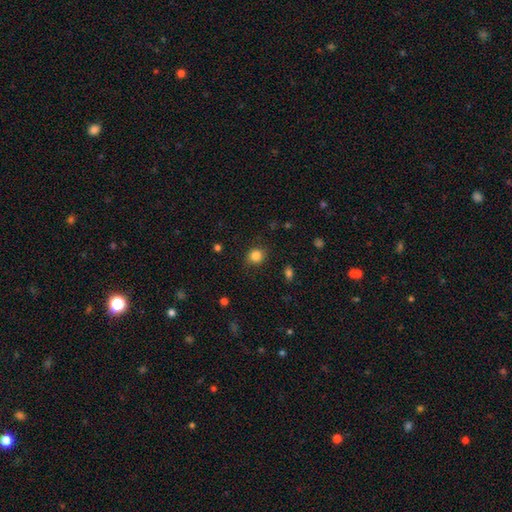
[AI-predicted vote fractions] Smooth or featured?
  - smooth: 85% *
  - star or artifact: 11%
  - featured or disk: 5%
How rounded?
  - round: 79% *
  - in between: 20%
  - cigar-shaped: 1%
Merging?
  - none: 85% *
  - minor disturbance: 11%
  - major disturbance: 3%
  - merger: 1%